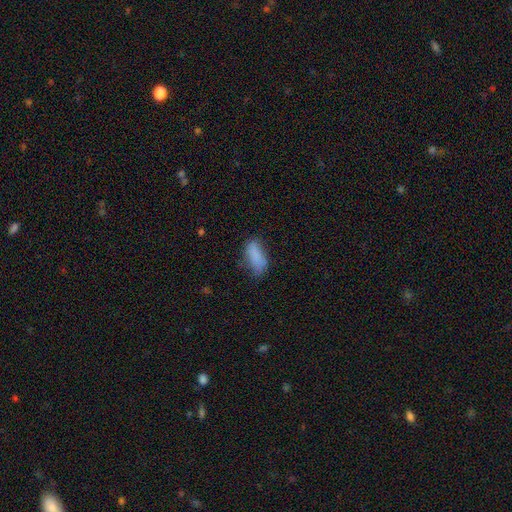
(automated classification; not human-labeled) Smooth or featured: smooth — 82% (featured or disk — 10%)
How rounded: in between — 83% (cigar-shaped — 14%)
Merging: none — 56% (minor disturbance — 31%)